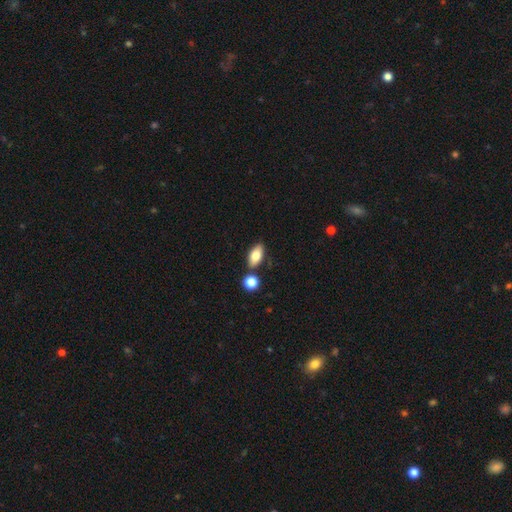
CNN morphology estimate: type=smooth (77%); roundness=in between (86%); merging=none (78%).